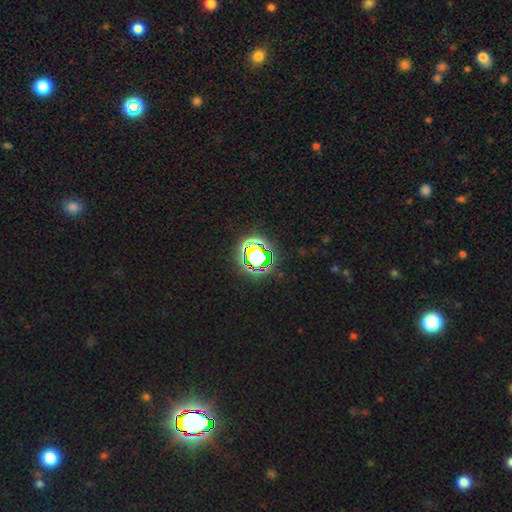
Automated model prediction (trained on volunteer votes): smooth-or-featured: star or artifact: 68% | smooth: 19% | featured or disk: 13%